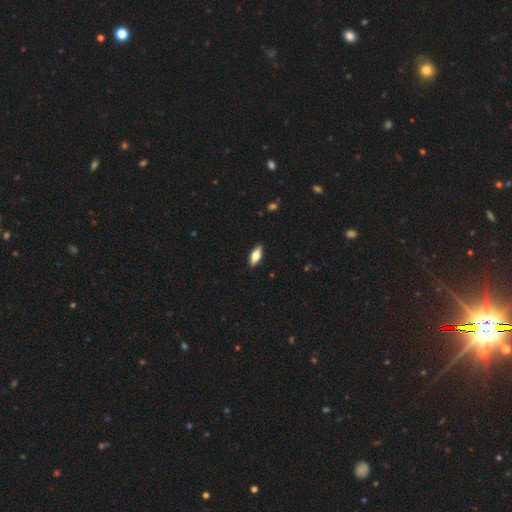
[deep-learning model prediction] A smooth galaxy with no disk features (67%) that is in between round and cigar-shaped (72%). Merging: none (90%).